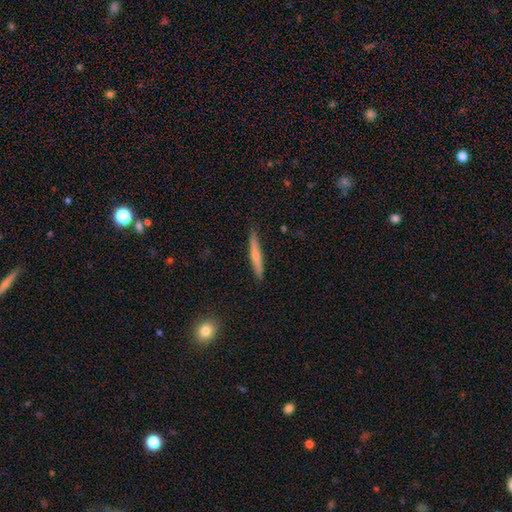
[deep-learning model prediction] Q: Smooth or featured?
A: smooth (51%); runner-up: featured or disk (43%)
Q: How rounded?
A: cigar-shaped (94%); runner-up: in between (4%)
Q: Merging?
A: none (87%); runner-up: minor disturbance (10%)